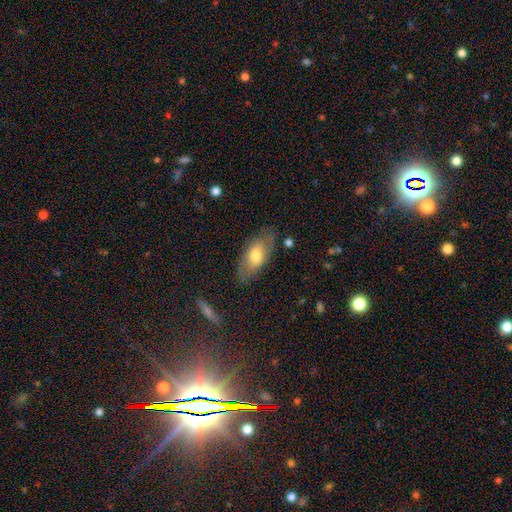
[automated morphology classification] This appears to be a smooth galaxy with no disk features (61%) that is in between round and cigar-shaped (86%). Merging: none (77%).